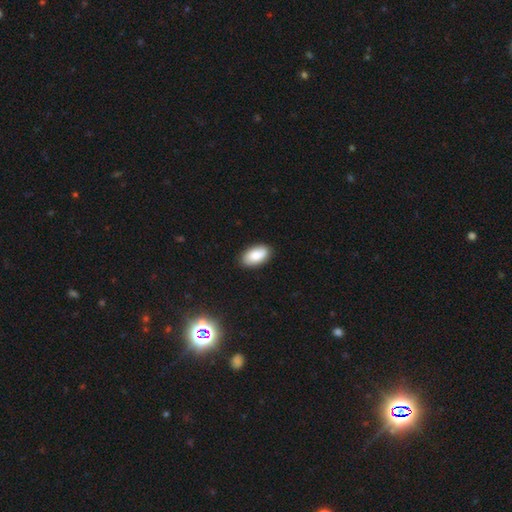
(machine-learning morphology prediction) Smooth or featured: smooth — 85% (featured or disk — 9%)
How rounded: in between — 94% (round — 3%)
Merging: none — 88% (minor disturbance — 9%)